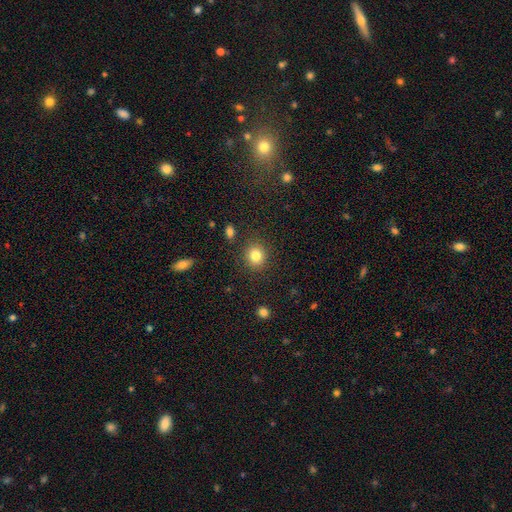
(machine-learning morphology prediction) This is clearly a smooth galaxy (83%). How rounded: clearly round (82%). Merging: clearly none (88%).